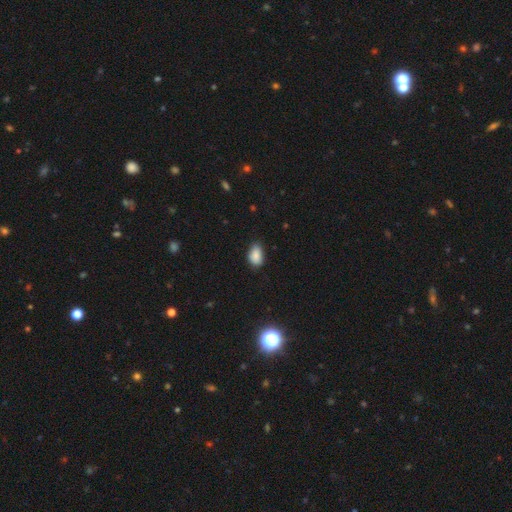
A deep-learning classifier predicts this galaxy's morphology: This appears to be a smooth galaxy with no disk features (87%) that is in between round and cigar-shaped (87%). Merging: none (70%).